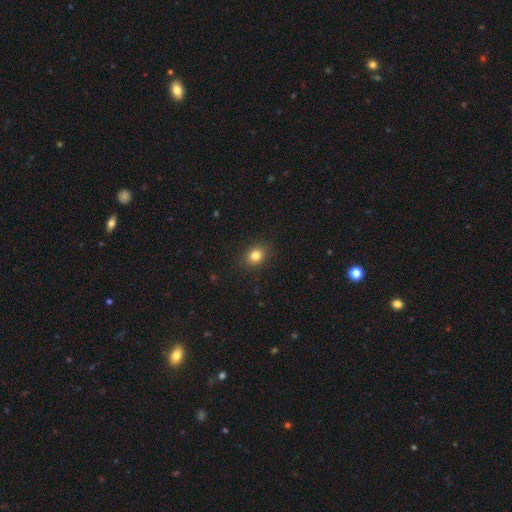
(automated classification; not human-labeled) This is clearly a smooth galaxy (81%). How rounded: possibly round (59%). Merging: clearly none (88%).